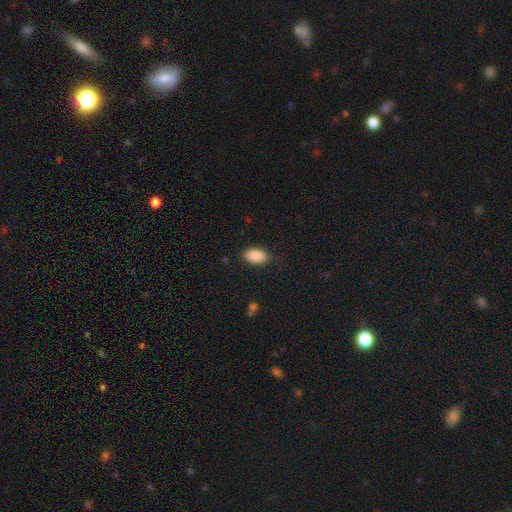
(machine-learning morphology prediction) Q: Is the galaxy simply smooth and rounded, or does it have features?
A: smooth — 90%.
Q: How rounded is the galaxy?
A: in between — 94%.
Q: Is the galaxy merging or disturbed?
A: none — 83%.